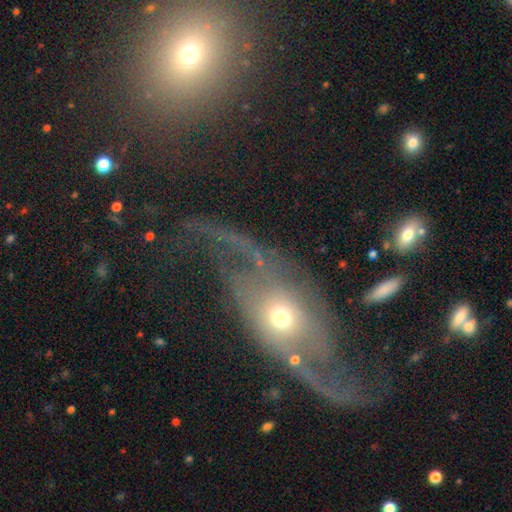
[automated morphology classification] Q: Smooth or featured?
A: featured or disk (71%); runner-up: smooth (18%)
Q: Edge-on disk?
A: no (90%); runner-up: yes (10%)
Q: Bar?
A: no (74%); runner-up: weak (18%)
Q: Spiral arms?
A: yes (77%); runner-up: no (23%)
Q: Bulge size?
A: moderate (52%); runner-up: small (38%)
Q: Merging?
A: none (45%); runner-up: major disturbance (31%)